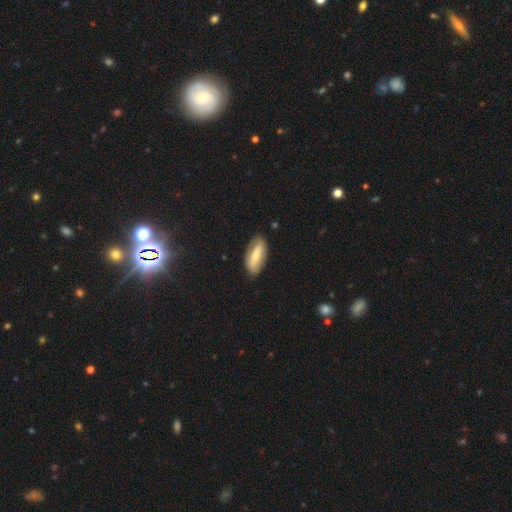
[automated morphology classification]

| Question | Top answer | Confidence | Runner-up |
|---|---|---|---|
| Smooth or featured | smooth | 57% | featured or disk (37%) |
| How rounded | in between | 84% | cigar-shaped (14%) |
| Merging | none | 82% | minor disturbance (14%) |